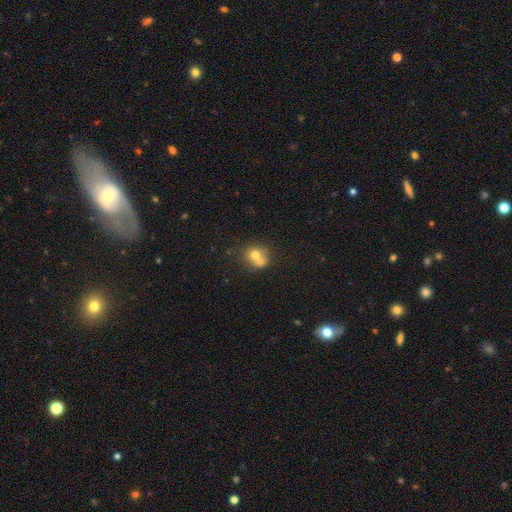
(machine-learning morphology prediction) Smooth or featured? smooth (67%)
How rounded? round (77%)
Merging? merger (56%)